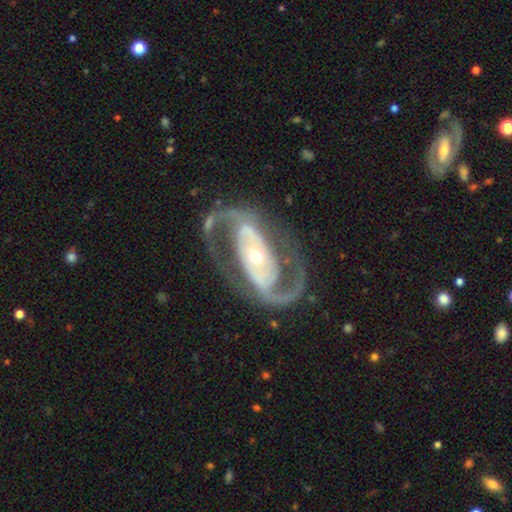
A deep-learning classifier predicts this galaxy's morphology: The model was most divided on "bar": no: 41%, strong: 35%, weak: 24%. More confident: edge-on disk — no (96%); spiral arms — yes (95%); spiral arm count — 2 (93%); smooth or featured — featured or disk (92%); merging — none (79%); bulge size — moderate (57%); spiral winding — medium (56%).